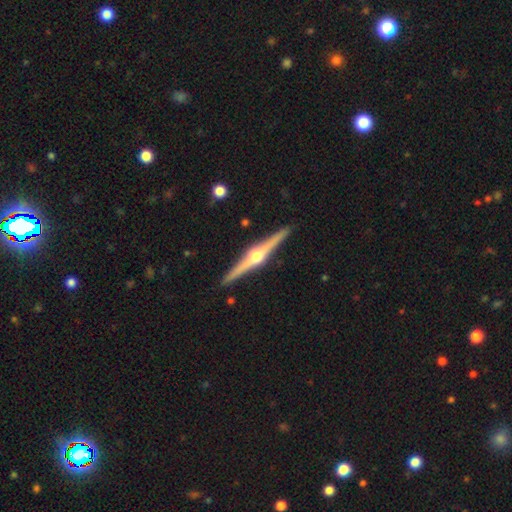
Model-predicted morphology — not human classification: Smooth or featured: featured or disk — 86% (smooth — 10%)
Edge-on disk: yes — 99% (no — 1%)
Edge-on bulge: rounded — 96% (boxy — 3%)
Merging: none — 92% (minor disturbance — 6%)